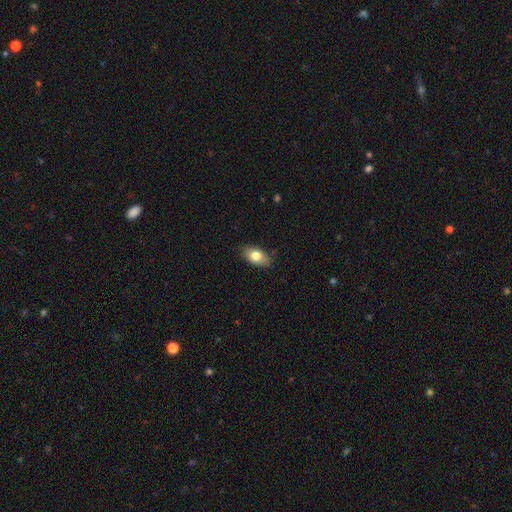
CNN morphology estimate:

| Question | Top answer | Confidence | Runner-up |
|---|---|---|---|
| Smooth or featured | smooth | 77% | featured or disk (16%) |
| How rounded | in between | 89% | round (8%) |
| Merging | none | 83% | minor disturbance (14%) |